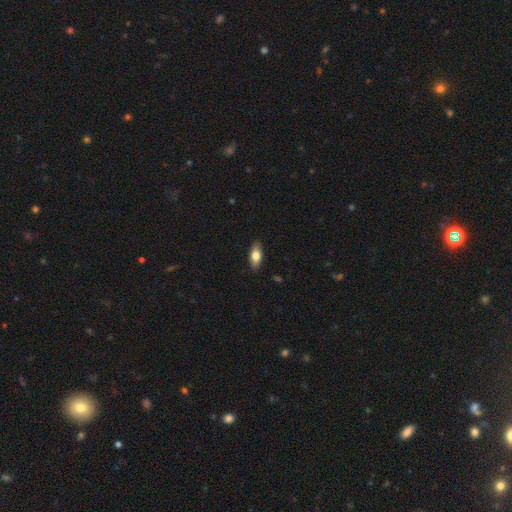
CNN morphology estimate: The model was most divided on "smooth or featured": smooth: 74%, featured or disk: 20%, star or artifact: 6%. More confident: merging — none (88%); how rounded — in between (81%).